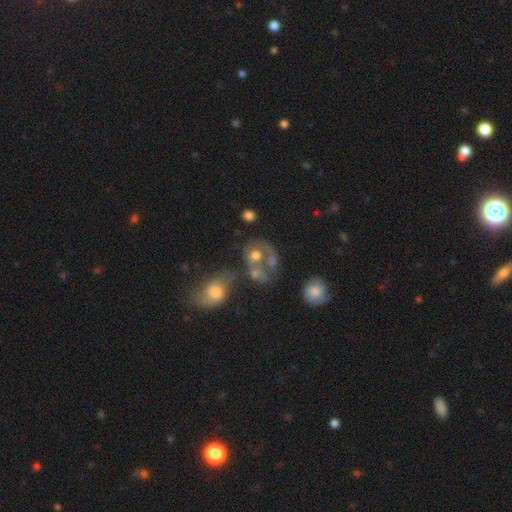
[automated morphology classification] Overall: smooth (50%; featured or disk 38%). How rounded: round (55%; in between 43%). Merging: merger (47%; none 22%).